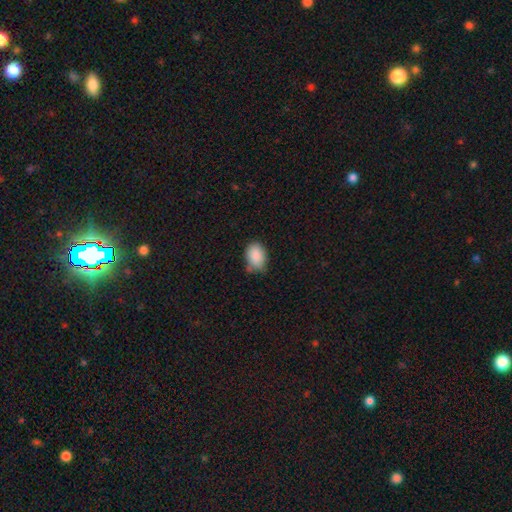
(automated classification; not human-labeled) A smooth galaxy with no disk features (88%) that is in between round and cigar-shaped (79%).

Vote fractions:
- Smooth or featured? smooth: 88% / star or artifact: 8% / featured or disk: 5%
- How rounded? in between: 79% / round: 20% / cigar-shaped: 1%
- Merging? none: 61% / minor disturbance: 29% / major disturbance: 5% / merger: 5%